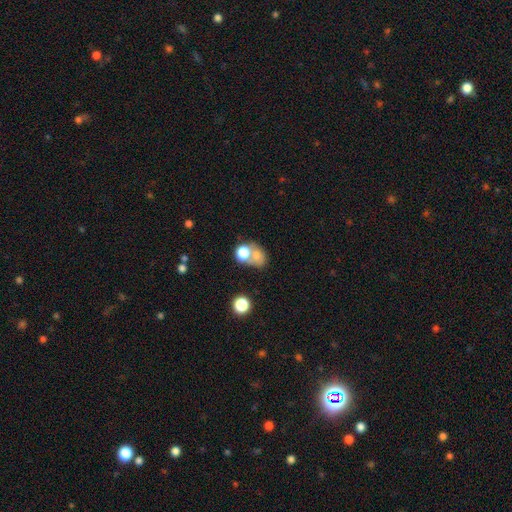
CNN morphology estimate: smooth-or-featured: smooth: 70% | featured or disk: 17% | star or artifact: 13%
  how-rounded: round: 50% | in between: 49% | cigar-shaped: 1%
  merging: merger: 52% | none: 30% | minor disturbance: 10% | major disturbance: 8%